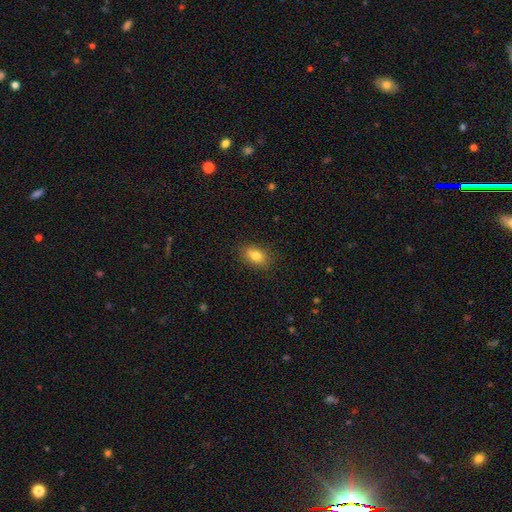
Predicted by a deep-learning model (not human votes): A smooth galaxy with no disk features (80%) that is in between round and cigar-shaped (83%).

Vote fractions:
- Smooth or featured? smooth: 80% / featured or disk: 11% / star or artifact: 9%
- How rounded? in between: 83% / round: 12% / cigar-shaped: 5%
- Merging? none: 84% / minor disturbance: 12% / major disturbance: 3% / merger: 1%